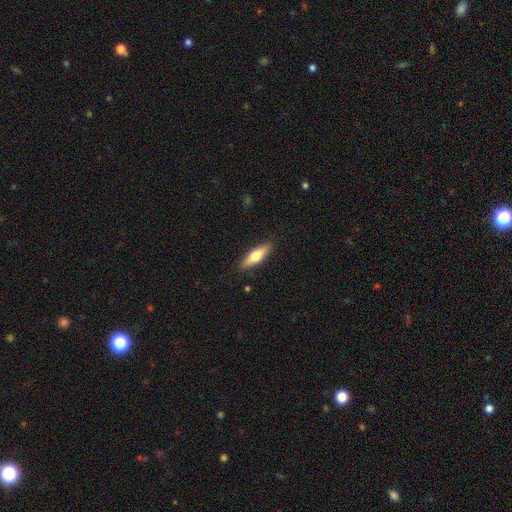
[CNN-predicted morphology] Smooth or featured?
  - smooth: 61% *
  - featured or disk: 34%
  - star or artifact: 6%
How rounded?
  - cigar-shaped: 57% *
  - in between: 41%
  - round: 2%
Merging?
  - none: 88% *
  - minor disturbance: 9%
  - major disturbance: 2%
  - merger: 1%